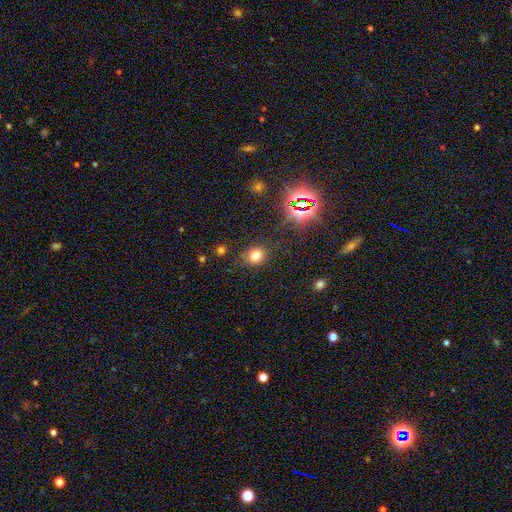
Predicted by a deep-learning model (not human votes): The model was most divided on "how rounded": round: 69%, in between: 30%, cigar-shaped: 1%. More confident: merging — none (81%); smooth or featured — smooth (73%).